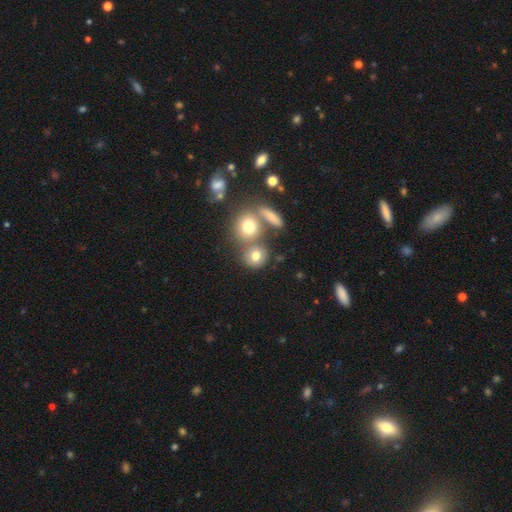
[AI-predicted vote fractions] smooth-or-featured: smooth: 72% | featured or disk: 15% | star or artifact: 13%
  how-rounded: round: 77% | in between: 21% | cigar-shaped: 2%
  merging: none: 53% | merger: 32% | minor disturbance: 10% | major disturbance: 5%